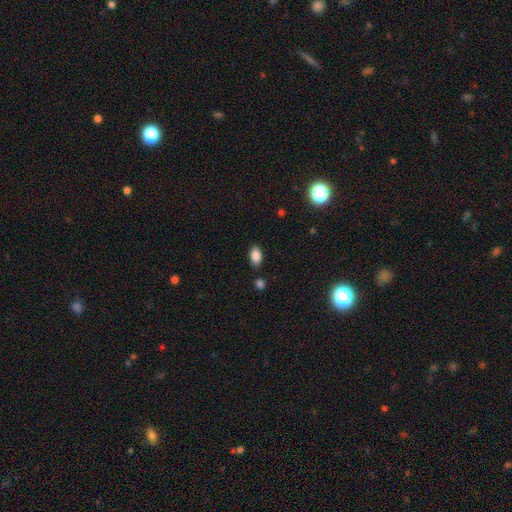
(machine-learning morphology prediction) Smooth or featured? Predicted: smooth (p=0.87). How rounded? Predicted: in between (p=0.91). Merging? Predicted: none (p=0.83).